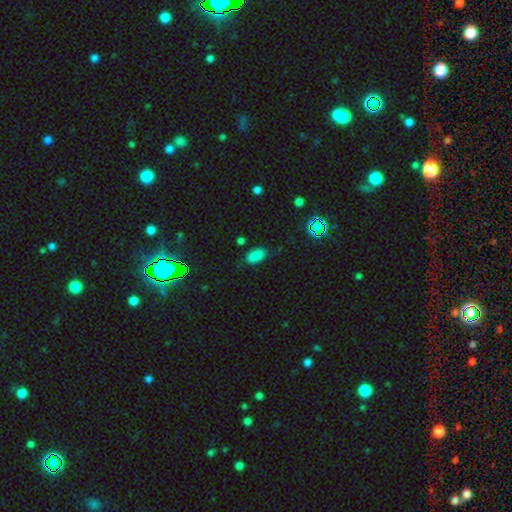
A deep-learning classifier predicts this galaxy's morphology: Overall: smooth (78%). How rounded: in between (91%). Merging: none (74%).